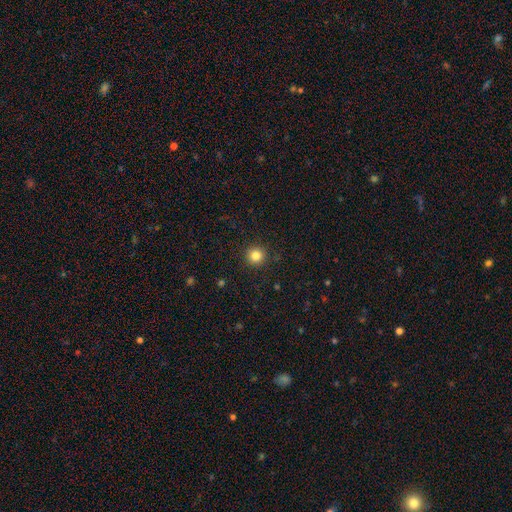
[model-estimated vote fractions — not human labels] This is clearly a smooth galaxy (83%). How rounded: clearly round (95%). Merging: clearly none (92%).